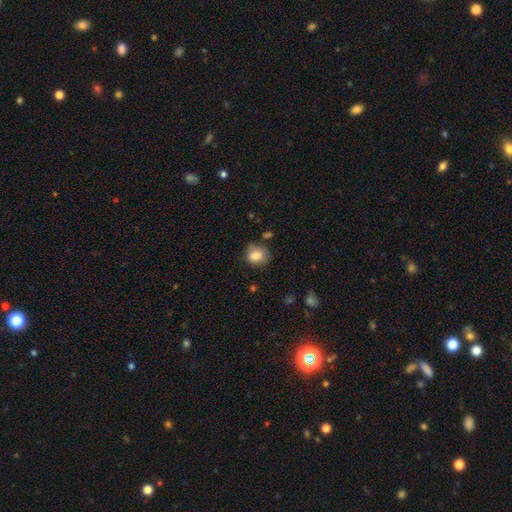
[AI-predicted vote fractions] smooth 81%, featured or disk 10%, star or artifact 9%. Down the decision tree: how rounded — round (70%); merging — none (67%).